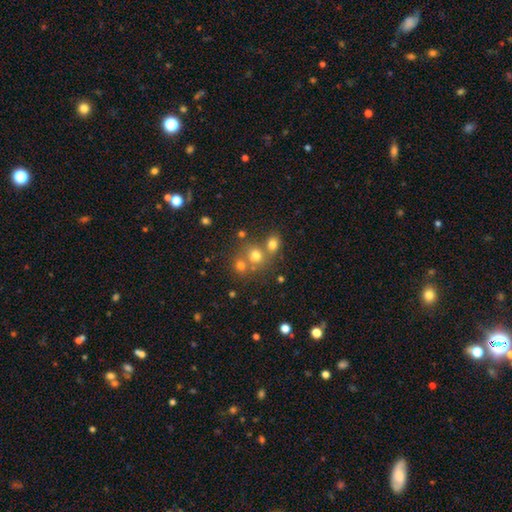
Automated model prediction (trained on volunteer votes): Smooth or featured?
  - smooth: 66% *
  - star or artifact: 21%
  - featured or disk: 13%
How rounded?
  - round: 79% *
  - in between: 20%
  - cigar-shaped: 1%
Merging?
  - none: 49% *
  - merger: 40%
  - minor disturbance: 8%
  - major disturbance: 4%